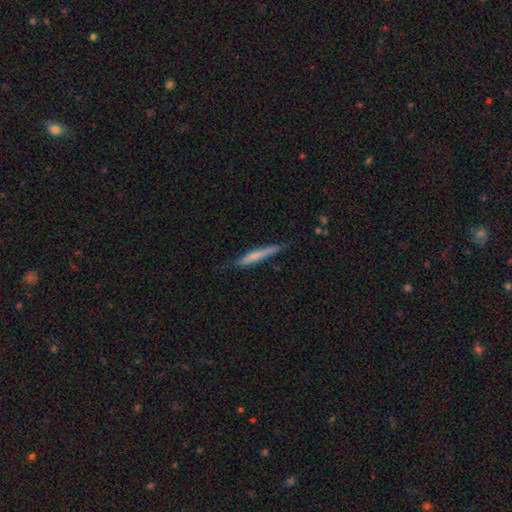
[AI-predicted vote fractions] Q: Smooth or featured?
A: smooth (62%); runner-up: featured or disk (33%)
Q: How rounded?
A: cigar-shaped (95%); runner-up: in between (3%)
Q: Merging?
A: none (79%); runner-up: minor disturbance (17%)